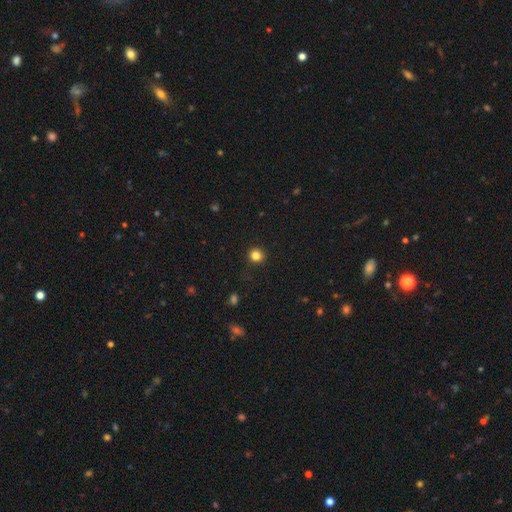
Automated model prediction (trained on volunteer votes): Smooth or featured?
  - smooth: 83% *
  - star or artifact: 13%
  - featured or disk: 5%
How rounded?
  - round: 93% *
  - in between: 6%
  - cigar-shaped: 1%
Merging?
  - none: 91% *
  - minor disturbance: 6%
  - major disturbance: 2%
  - merger: 1%